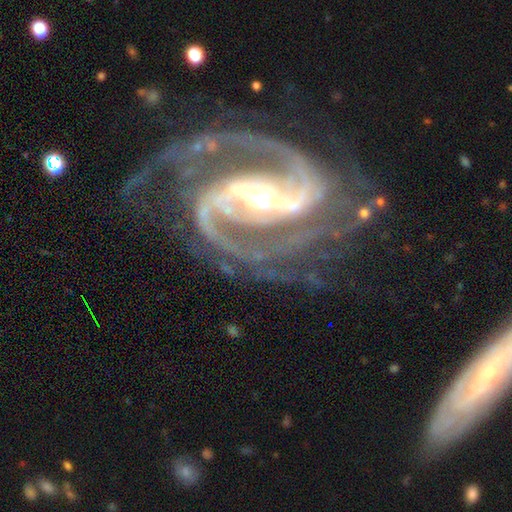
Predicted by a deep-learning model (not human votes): Overall: featured or disk (94%). Edge-on disk: no (98%). Bar: strong (70%). Spiral arms: yes (99%). Spiral arm count: 2 (81%). Spiral winding: medium (58%; tight 32%). Bulge size: moderate (56%; small 33%). Merging: none (69%).